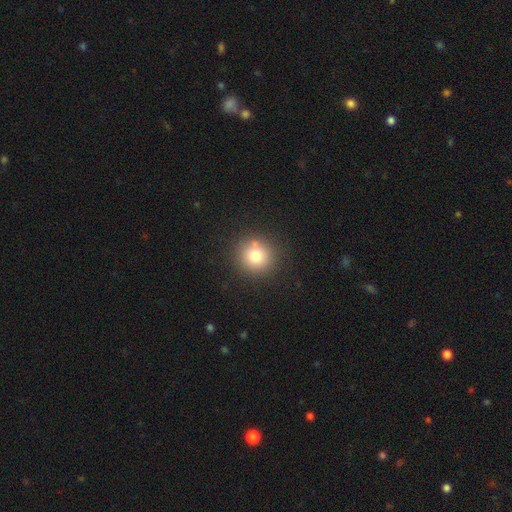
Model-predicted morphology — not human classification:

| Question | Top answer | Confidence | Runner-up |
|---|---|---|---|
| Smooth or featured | smooth | 76% | star or artifact (13%) |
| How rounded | round | 92% | in between (7%) |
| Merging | none | 83% | minor disturbance (9%) |